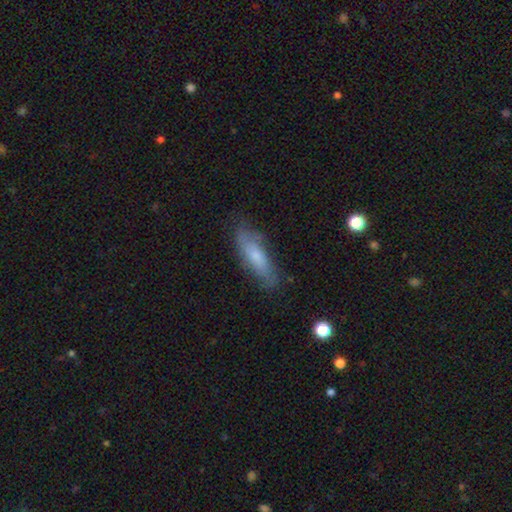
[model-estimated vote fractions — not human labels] smooth 58%, featured or disk 35%, star or artifact 7%. Down the decision tree: how rounded — cigar-shaped (51%); merging — none (74%).